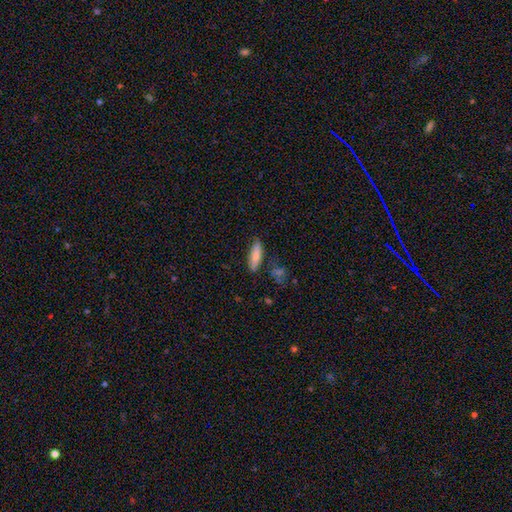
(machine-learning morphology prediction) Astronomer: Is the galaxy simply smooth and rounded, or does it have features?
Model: smooth — 80%.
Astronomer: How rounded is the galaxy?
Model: cigar-shaped — 52% (runner-up: in between, 46%).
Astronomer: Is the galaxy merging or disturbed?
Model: none — 81%.